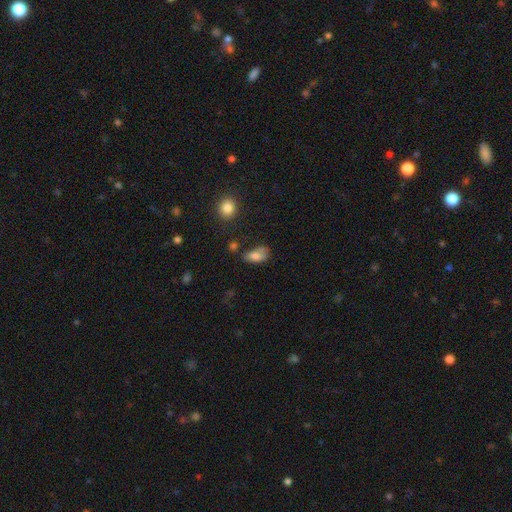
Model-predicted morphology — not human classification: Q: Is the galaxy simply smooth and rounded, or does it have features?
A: smooth — 78%.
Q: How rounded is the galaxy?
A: in between — 90%.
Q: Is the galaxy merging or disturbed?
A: none — 43%.